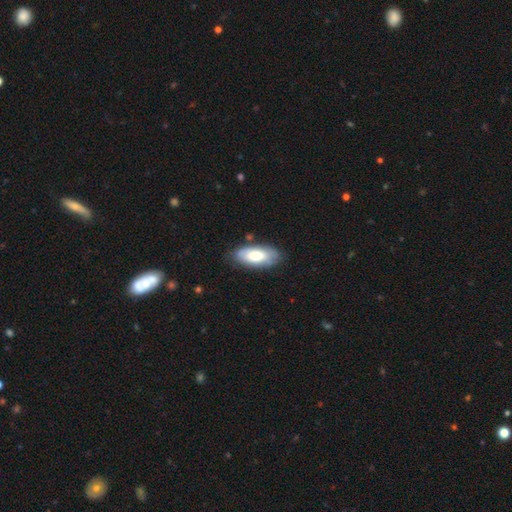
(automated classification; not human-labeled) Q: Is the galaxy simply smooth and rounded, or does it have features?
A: smooth — 74%.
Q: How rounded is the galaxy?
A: in between — 87%.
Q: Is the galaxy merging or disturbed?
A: none — 78%.